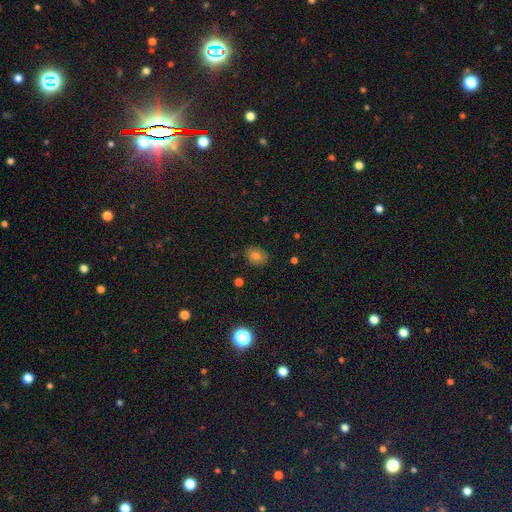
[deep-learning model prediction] This is likely a smooth galaxy (74%). How rounded: likely in between (60%). Merging: clearly none (82%).